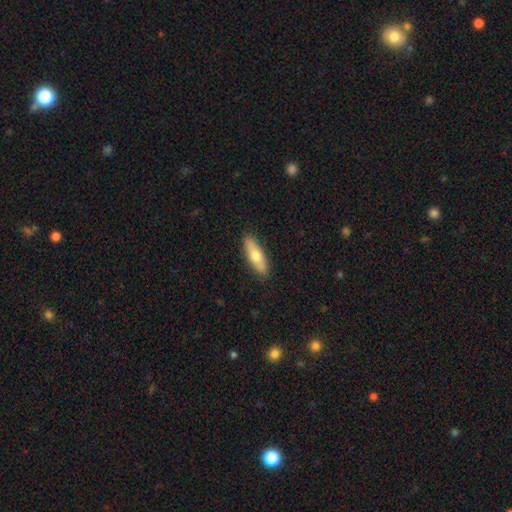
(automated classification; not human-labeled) smooth-or-featured: smooth: 61% | featured or disk: 33% | star or artifact: 6%
  how-rounded: cigar-shaped: 54% | in between: 43% | round: 2%
  merging: none: 89% | minor disturbance: 8% | major disturbance: 2% | merger: 1%